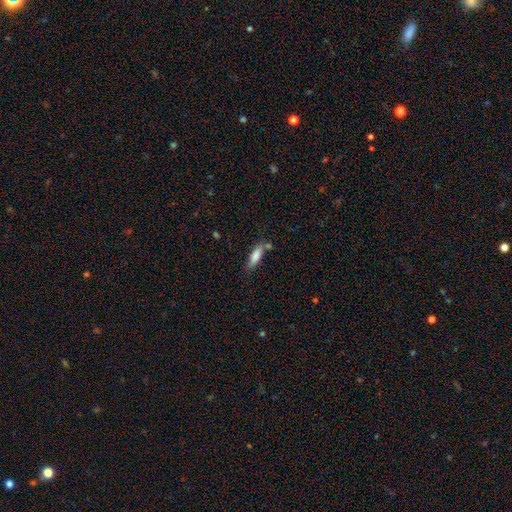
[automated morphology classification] Q: Smooth or featured?
A: smooth (81%); runner-up: featured or disk (12%)
Q: How rounded?
A: in between (51%); runner-up: cigar-shaped (47%)
Q: Merging?
A: none (62%); runner-up: minor disturbance (19%)